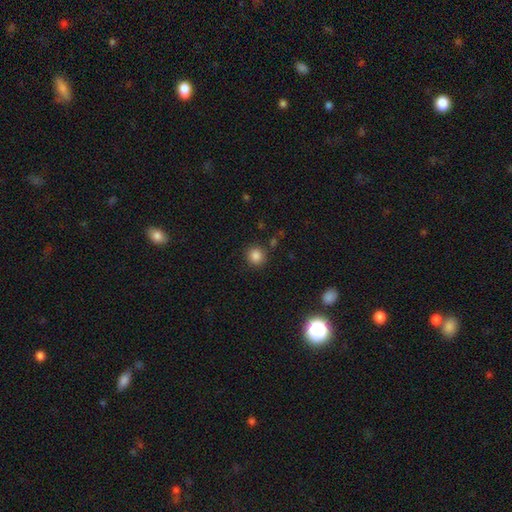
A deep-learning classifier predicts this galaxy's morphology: Overall: smooth (85%). How rounded: round (91%). Merging: none (87%).